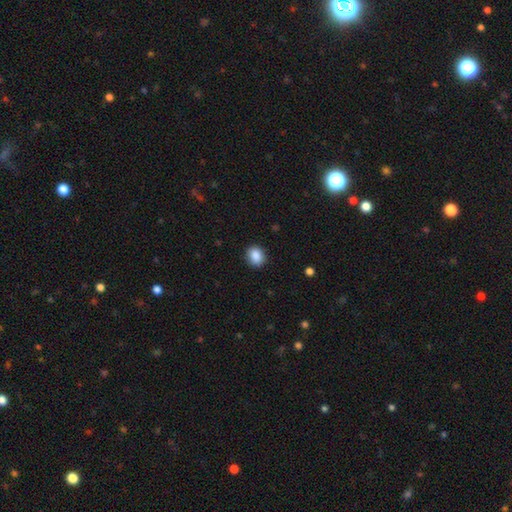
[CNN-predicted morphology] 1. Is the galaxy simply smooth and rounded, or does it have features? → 88% smooth, 9% star or artifact, 4% featured or disk.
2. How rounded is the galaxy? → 58% round, 41% in between, 1% cigar-shaped.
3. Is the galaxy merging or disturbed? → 88% none, 8% minor disturbance, 2% major disturbance, 1% merger.